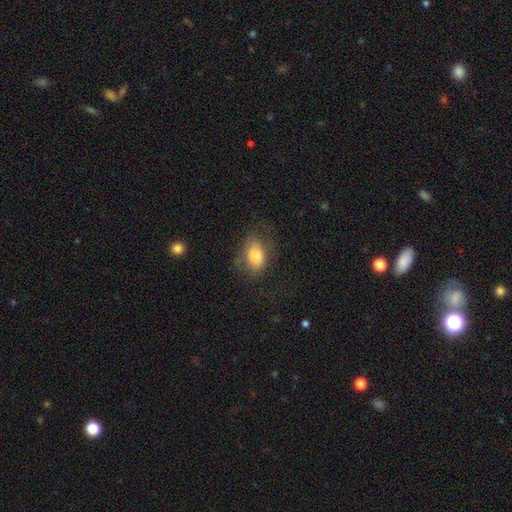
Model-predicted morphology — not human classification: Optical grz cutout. It shows a smooth galaxy with no disk features (77%) that is in between round and cigar-shaped (80%). Merging: none (59%).